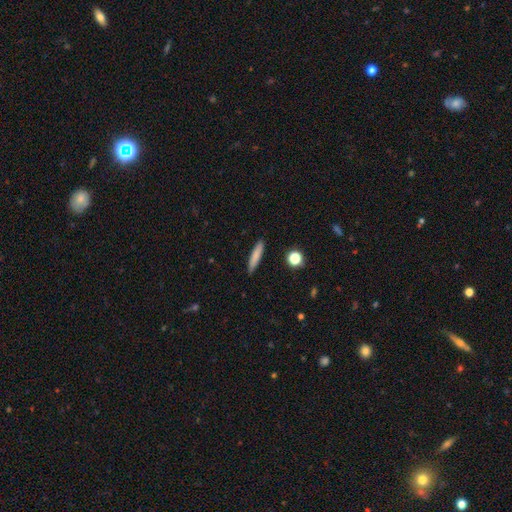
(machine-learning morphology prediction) Smooth or featured? Predicted: smooth (p=0.79). How rounded? Predicted: cigar-shaped (p=0.88). Merging? Predicted: none (p=0.89).